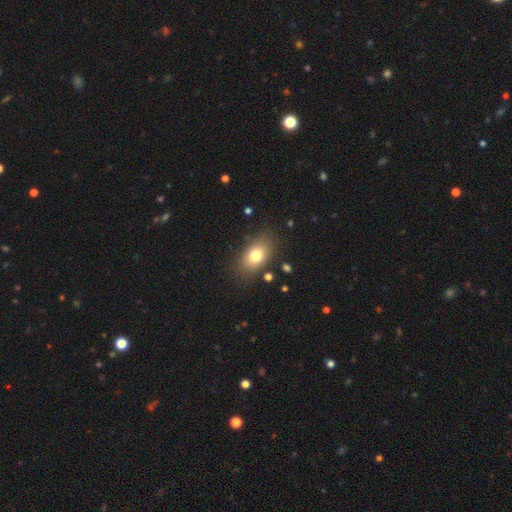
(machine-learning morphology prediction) This is likely a smooth galaxy (78%). How rounded: clearly in between (84%). Merging: clearly none (82%).